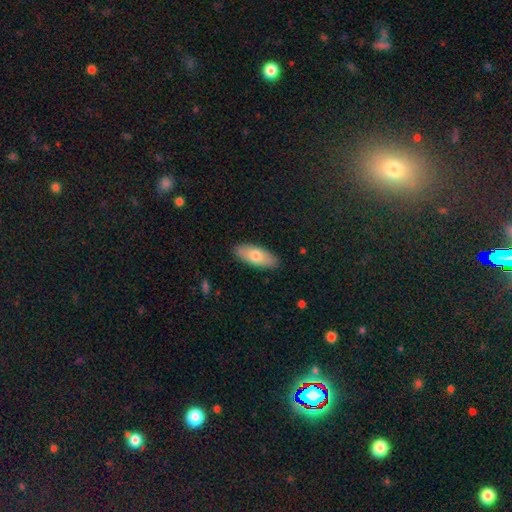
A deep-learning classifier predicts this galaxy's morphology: Smooth or featured? Predicted: smooth (p=0.72). How rounded? Predicted: in between (p=0.80). Merging? Predicted: none (p=0.88).